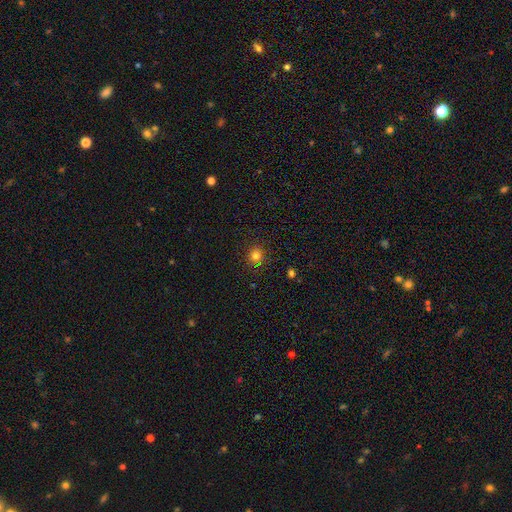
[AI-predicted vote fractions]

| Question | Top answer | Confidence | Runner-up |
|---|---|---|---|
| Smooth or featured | smooth | 74% | star or artifact (19%) |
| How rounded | round | 88% | in between (11%) |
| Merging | none | 87% | minor disturbance (8%) |